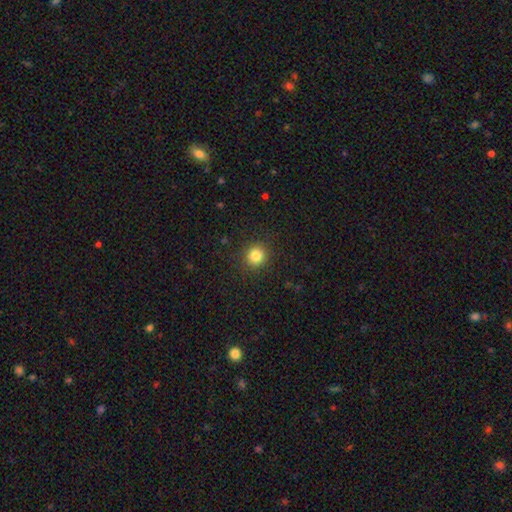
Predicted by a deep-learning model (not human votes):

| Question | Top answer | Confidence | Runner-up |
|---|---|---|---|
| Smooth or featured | smooth | 83% | star or artifact (12%) |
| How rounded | round | 91% | in between (8%) |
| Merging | none | 90% | minor disturbance (6%) |